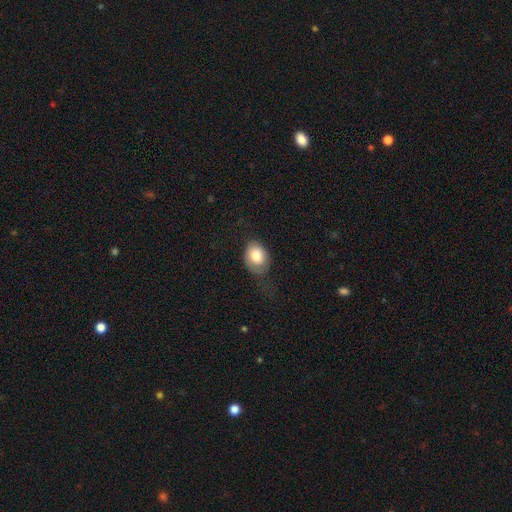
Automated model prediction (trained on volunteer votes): A smooth galaxy with no disk features (75%) that is in between round and cigar-shaped (62%). Merging: none (47%).